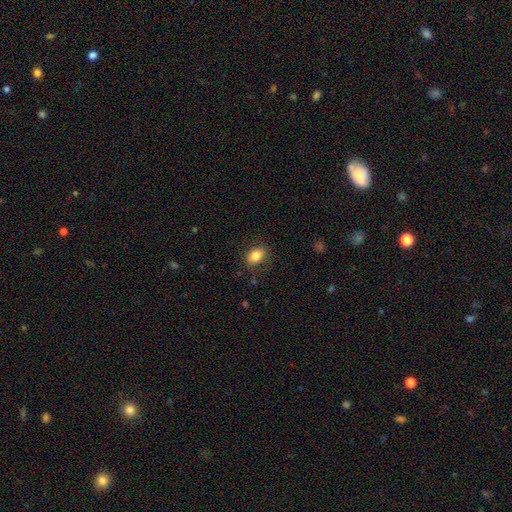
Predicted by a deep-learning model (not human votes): The model was most divided on "how rounded": in between: 77%, round: 22%, cigar-shaped: 2%. More confident: smooth or featured — smooth (82%); merging — none (81%).